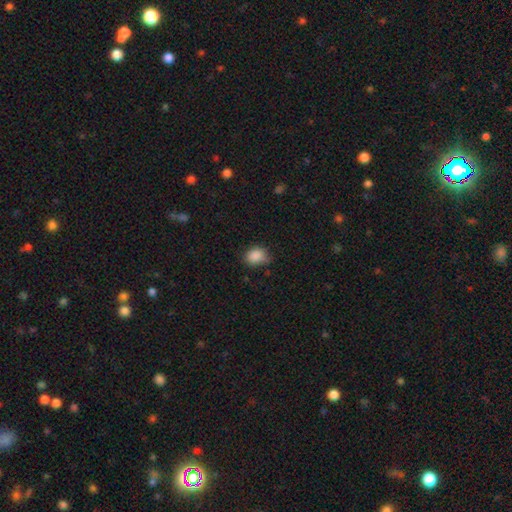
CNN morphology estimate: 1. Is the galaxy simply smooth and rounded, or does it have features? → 87% smooth, 9% star or artifact, 4% featured or disk.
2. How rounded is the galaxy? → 53% in between, 46% round, 1% cigar-shaped.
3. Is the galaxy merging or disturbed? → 61% none, 31% minor disturbance, 6% major disturbance, 2% merger.